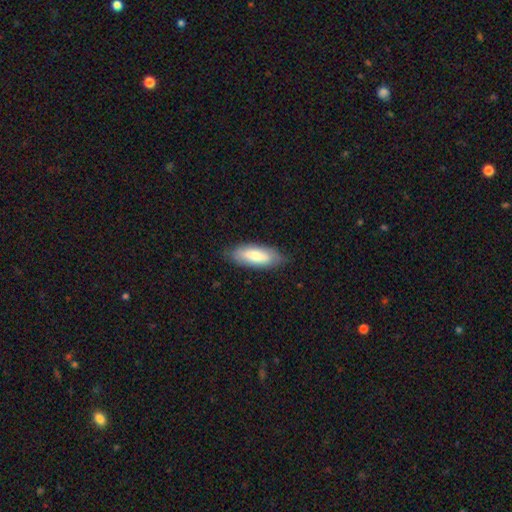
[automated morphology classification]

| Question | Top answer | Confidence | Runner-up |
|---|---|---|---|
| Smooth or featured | smooth | 73% | featured or disk (21%) |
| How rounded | in between | 73% | cigar-shaped (25%) |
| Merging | none | 80% | minor disturbance (16%) |